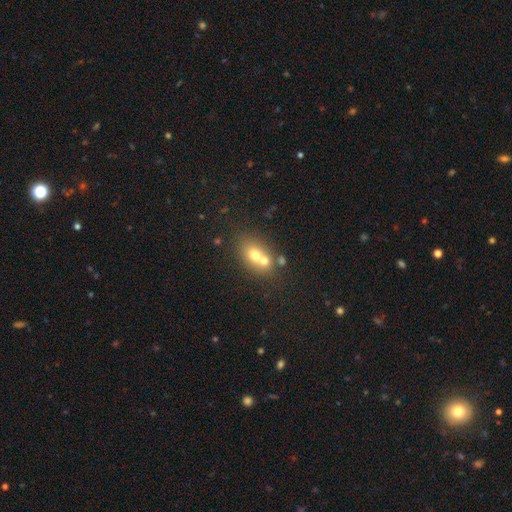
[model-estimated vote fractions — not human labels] A smooth galaxy with no disk features (63%) that is in between round and cigar-shaped (62%). Merging: merger (51%).